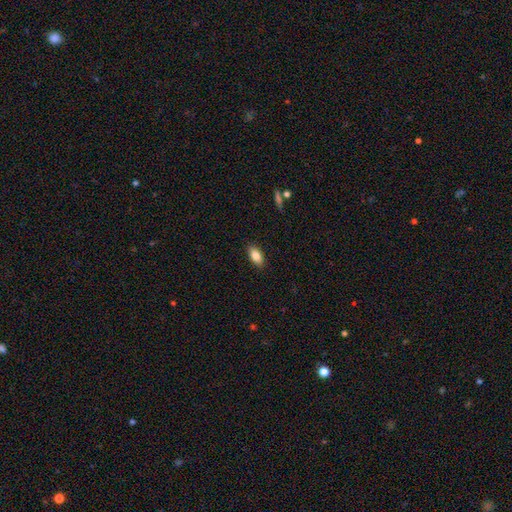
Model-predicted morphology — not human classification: A smooth galaxy with no disk features (84%) that is in between round and cigar-shaped (89%). Merging: none (89%).